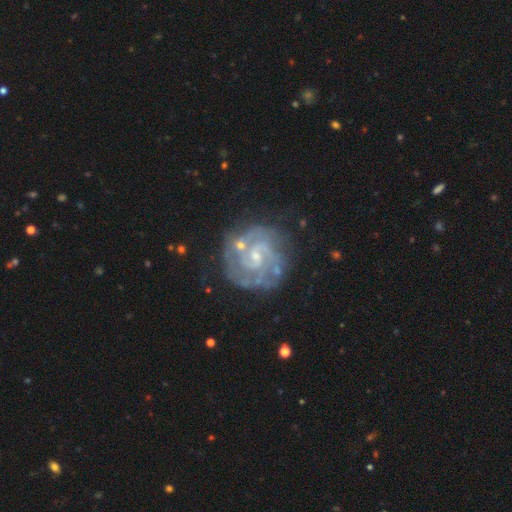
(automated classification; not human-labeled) featured or disk 89%, smooth 6%, star or artifact 6%. Down the decision tree: edge-on disk — no (98%); bar — weak (46%); spiral arms — yes (97%); spiral arm count — 2 (52%); spiral winding — tight (63%); bulge size — small (66%); merging — none (71%).